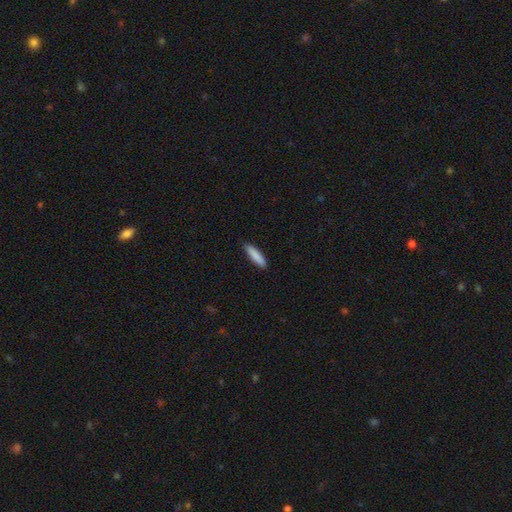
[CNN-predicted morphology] type=smooth (87%); roundness=cigar-shaped (75%); merging=none (87%).